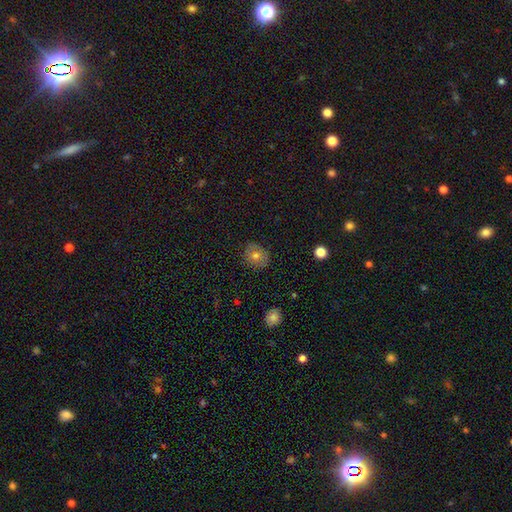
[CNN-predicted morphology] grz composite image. It shows a smooth galaxy with no disk features (66%) that is round (68%). Merging: none (85%).